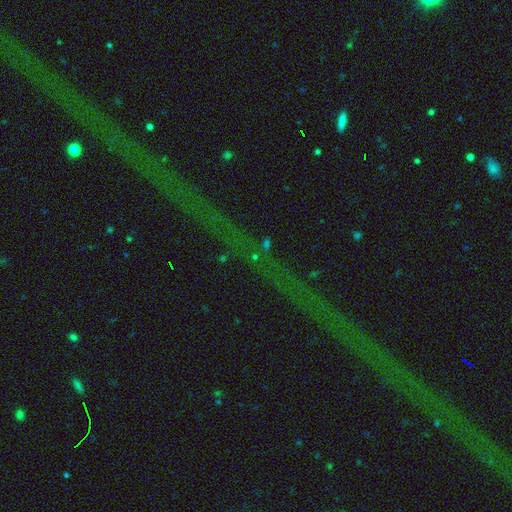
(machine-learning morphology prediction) smooth_or_featured: star or artifact (p=0.79) [alt: featured or disk p=0.13]